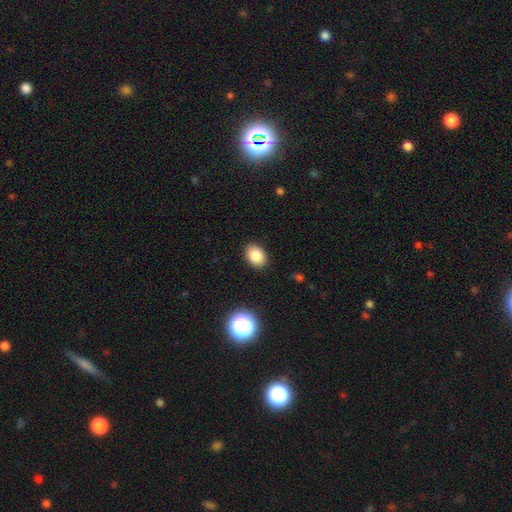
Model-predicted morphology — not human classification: smooth 84%, star or artifact 10%, featured or disk 6%. Down the decision tree: how rounded — in between (65%); merging — none (88%).